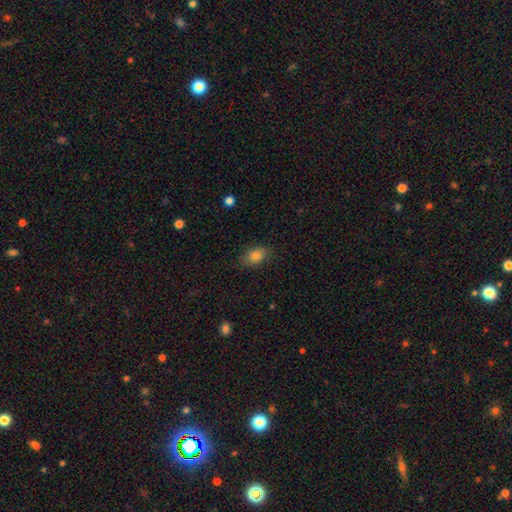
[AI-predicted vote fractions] Smooth or featured? smooth (83%)
How rounded? in between (82%)
Merging? none (80%)